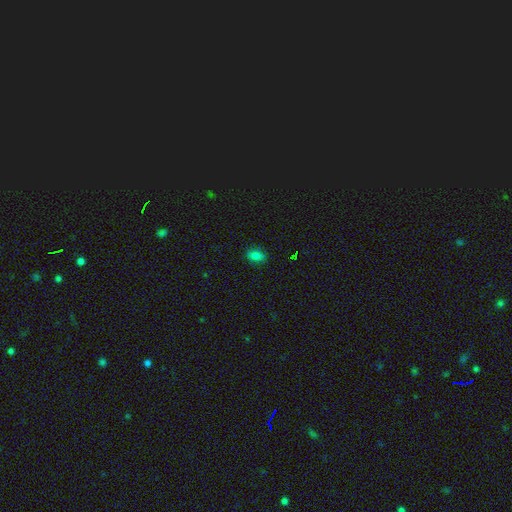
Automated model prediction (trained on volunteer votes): Smooth or featured? smooth (76%)
How rounded? in between (83%)
Merging? none (85%)